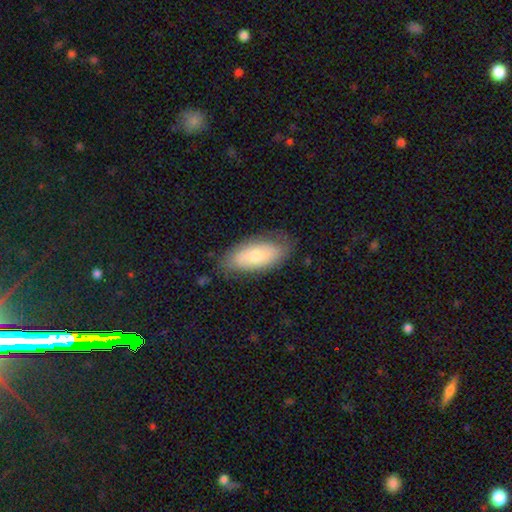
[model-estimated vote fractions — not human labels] smooth 68%, featured or disk 26%, star or artifact 6%. Down the decision tree: how rounded — in between (90%); merging — none (74%).